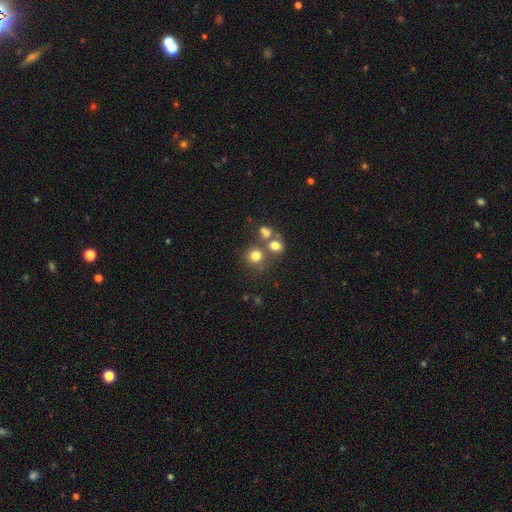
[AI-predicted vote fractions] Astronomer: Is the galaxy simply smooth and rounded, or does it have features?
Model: smooth — 75%.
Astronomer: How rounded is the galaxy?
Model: round — 86%.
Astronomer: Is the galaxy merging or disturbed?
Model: none — 60%.